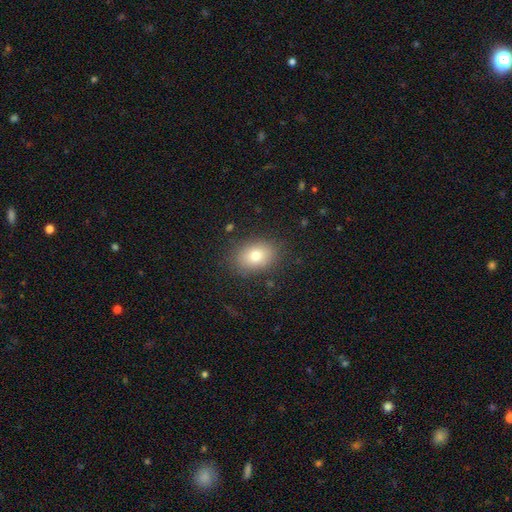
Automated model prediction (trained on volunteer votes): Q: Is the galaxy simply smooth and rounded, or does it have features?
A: smooth — 78%.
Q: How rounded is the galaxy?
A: in between — 71%.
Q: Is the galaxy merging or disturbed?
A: none — 85%.